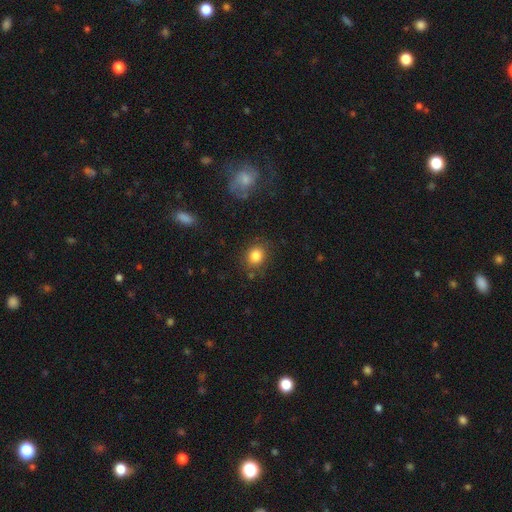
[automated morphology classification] A smooth galaxy with no disk features (84%) that is round (69%). Merging: none (81%).